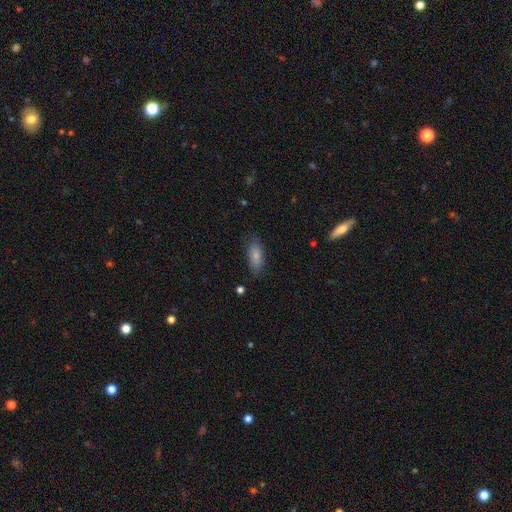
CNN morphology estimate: A smooth galaxy with no disk features (82%) that is in between round and cigar-shaped (87%). Merging: none (76%).